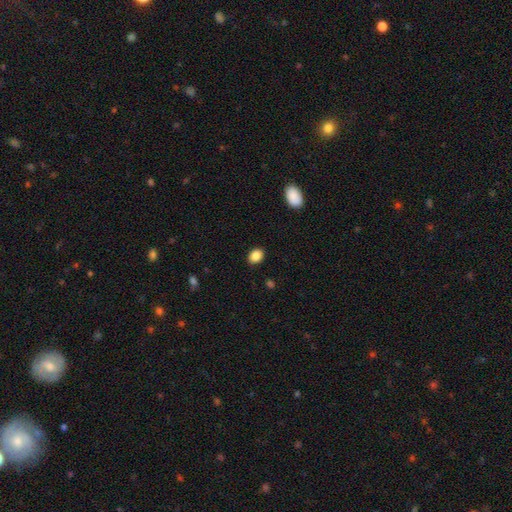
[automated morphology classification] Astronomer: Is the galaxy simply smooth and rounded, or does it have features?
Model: smooth — 87%.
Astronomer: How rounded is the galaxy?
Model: in between — 61% (runner-up: round, 38%).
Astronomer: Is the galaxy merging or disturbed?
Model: none — 88%.